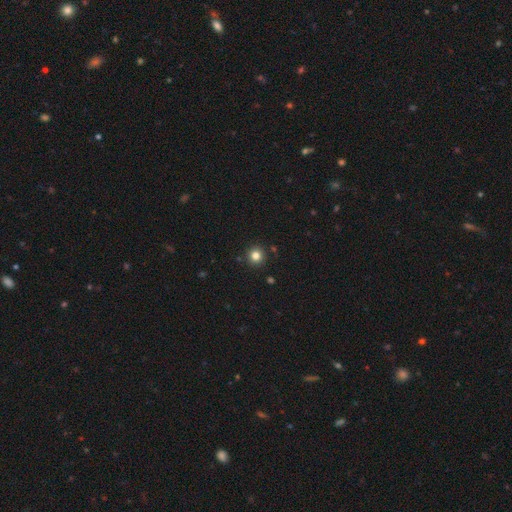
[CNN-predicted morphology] type=smooth (81%); roundness=round (95%); merging=none (91%).